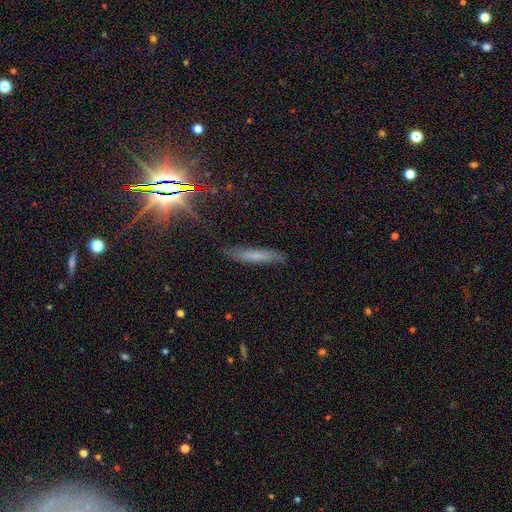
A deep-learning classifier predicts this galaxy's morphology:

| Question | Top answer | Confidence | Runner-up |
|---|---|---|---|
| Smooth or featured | smooth | 52% | featured or disk (32%) |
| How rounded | cigar-shaped | 89% | in between (9%) |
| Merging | none | 78% | minor disturbance (17%) |